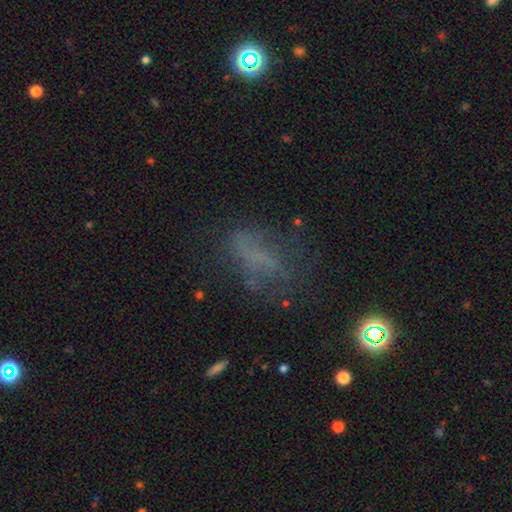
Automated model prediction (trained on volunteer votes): smooth_or_featured: smooth (p=0.43) [alt: featured or disk p=0.30]
merging: none (p=0.50) [alt: major disturbance p=0.25]